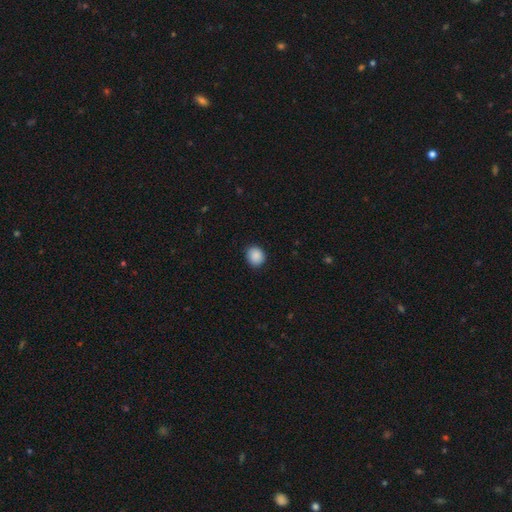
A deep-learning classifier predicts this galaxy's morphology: Q: Smooth or featured?
A: smooth (89%); runner-up: star or artifact (8%)
Q: How rounded?
A: round (73%); runner-up: in between (26%)
Q: Merging?
A: none (88%); runner-up: minor disturbance (9%)